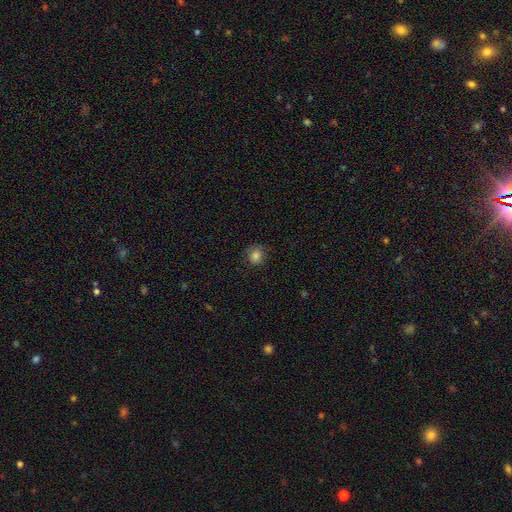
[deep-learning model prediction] Smooth or featured: smooth — 82% (star or artifact — 12%)
How rounded: round — 83% (in between — 16%)
Merging: none — 81% (minor disturbance — 14%)